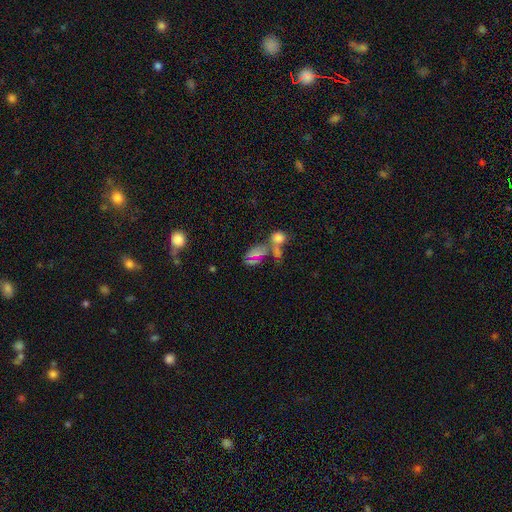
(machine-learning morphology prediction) Smooth or featured?
  - smooth: 56% *
  - featured or disk: 25%
  - star or artifact: 19%
How rounded?
  - in between: 80% *
  - round: 12%
  - cigar-shaped: 8%
Merging?
  - merger: 52% *
  - none: 25%
  - major disturbance: 11%
  - minor disturbance: 11%